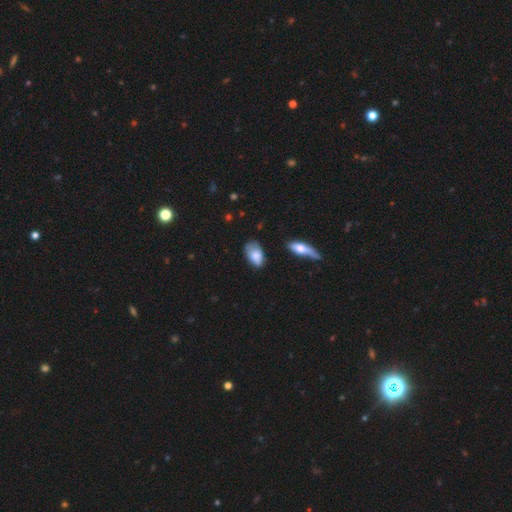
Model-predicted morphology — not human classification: This appears to be a smooth galaxy with no disk features (79%) that is in between round and cigar-shaped (91%). Merging: none (50%).